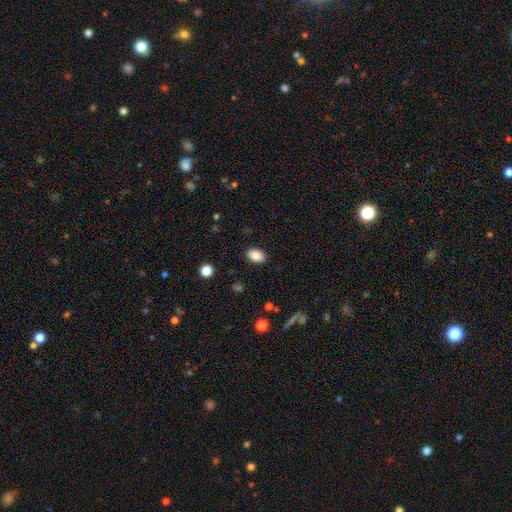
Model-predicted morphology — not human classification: type=smooth (87%); roundness=in between (87%); merging=none (88%).